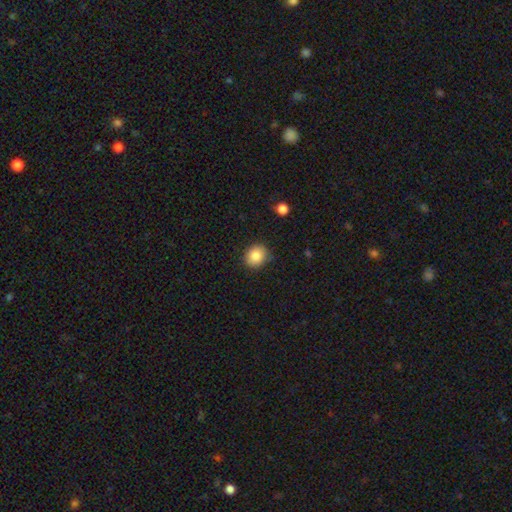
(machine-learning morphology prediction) Overall: smooth (84%). How rounded: round (70%). Merging: none (84%).